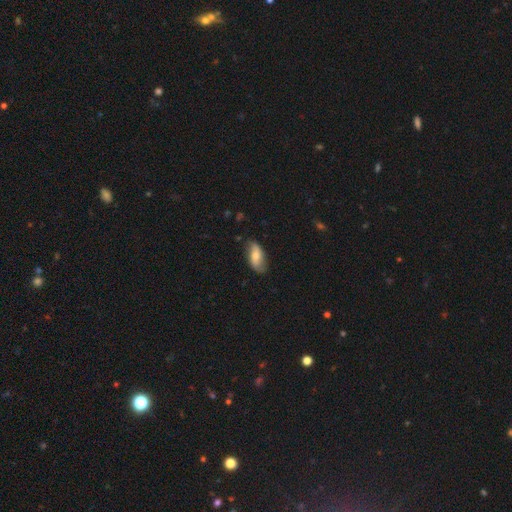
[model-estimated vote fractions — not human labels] smooth_or_featured: smooth (p=0.57) [alt: featured or disk p=0.36]
how_rounded: in between (p=0.87) [alt: cigar-shaped p=0.09]
merging: none (p=0.73) [alt: minor disturbance p=0.21]